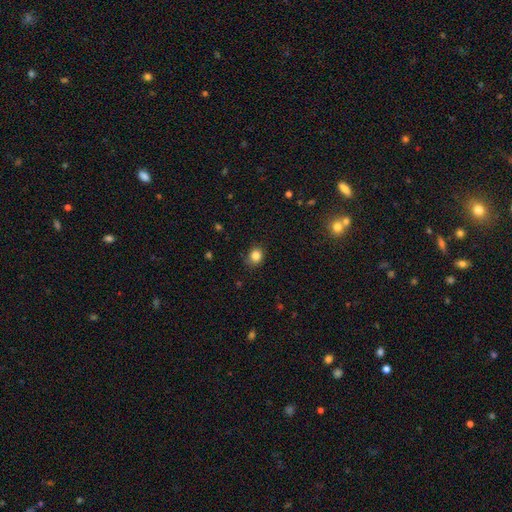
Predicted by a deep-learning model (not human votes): Overall: smooth (84%). How rounded: round (69%; in between 30%). Merging: none (82%).